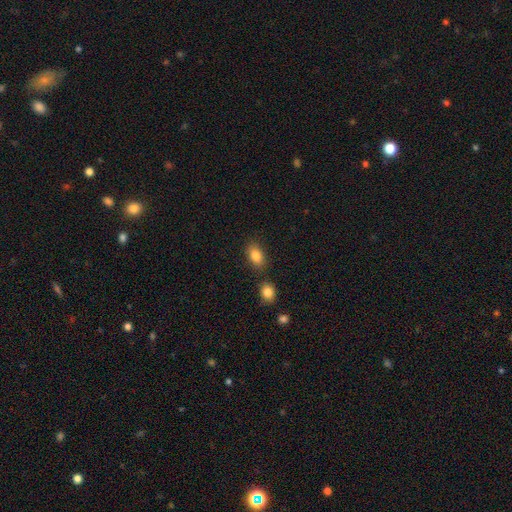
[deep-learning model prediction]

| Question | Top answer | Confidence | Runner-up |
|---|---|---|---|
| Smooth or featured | smooth | 84% | star or artifact (9%) |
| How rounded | in between | 84% | round (14%) |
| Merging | none | 76% | minor disturbance (11%) |